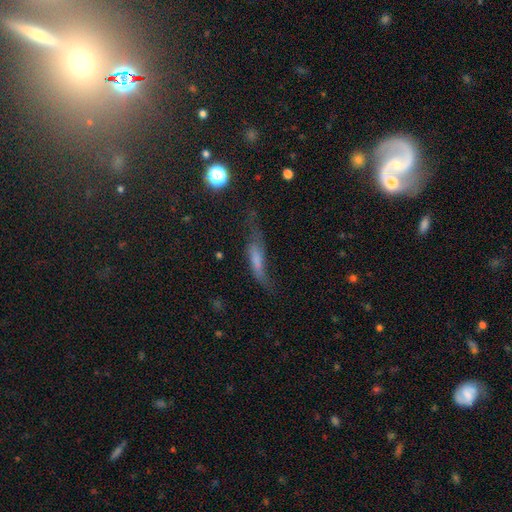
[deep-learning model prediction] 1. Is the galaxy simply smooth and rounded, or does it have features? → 42% featured or disk, 41% smooth, 16% star or artifact.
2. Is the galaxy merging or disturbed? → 42% none, 28% major disturbance, 25% minor disturbance, 5% merger.